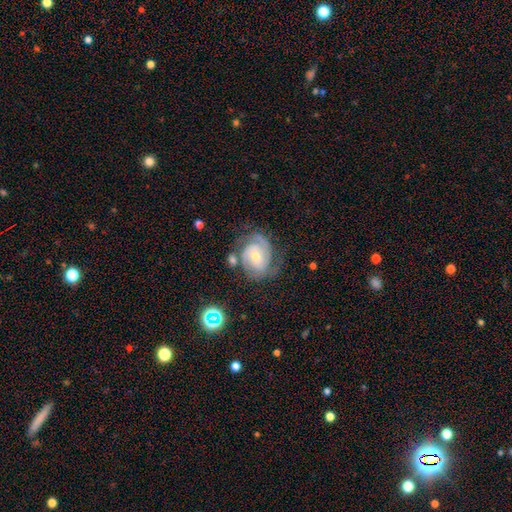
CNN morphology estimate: type=featured or disk (84%); edge-on=no (98%); bar=no (57%); spiral arms=yes (96%); winding=tight (54%); arm count=2 (51%); bulge=small (55%); merging=none (60%).